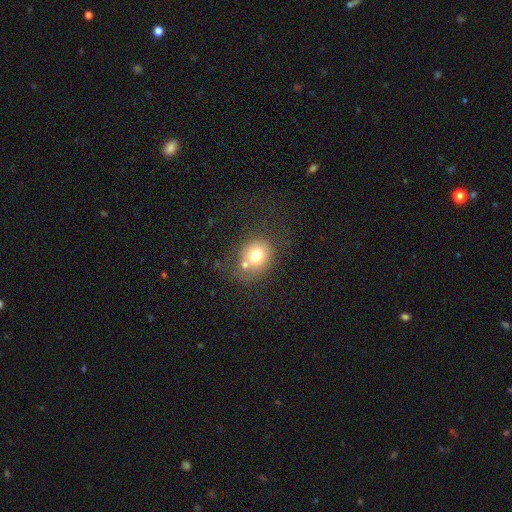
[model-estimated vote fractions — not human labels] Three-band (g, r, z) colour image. It shows a smooth galaxy with no disk features (72%) that is round (70%). Merging: none (48%).